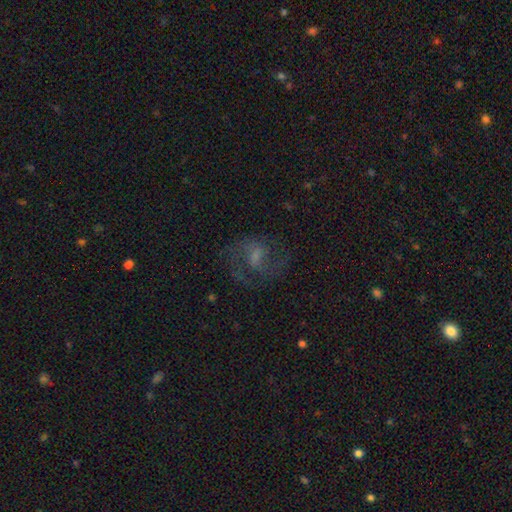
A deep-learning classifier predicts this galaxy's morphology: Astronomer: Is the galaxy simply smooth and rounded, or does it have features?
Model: featured or disk — 72%.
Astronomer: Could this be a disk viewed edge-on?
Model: no — 97%.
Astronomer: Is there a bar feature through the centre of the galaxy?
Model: weak — 55%.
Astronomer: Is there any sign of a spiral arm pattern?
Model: yes — 89%.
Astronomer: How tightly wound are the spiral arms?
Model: medium — 57%.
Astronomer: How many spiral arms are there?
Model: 2 — 84%.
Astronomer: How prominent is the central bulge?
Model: moderate — 31% (runner-up: small, 30%).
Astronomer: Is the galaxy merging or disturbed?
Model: none — 67%.